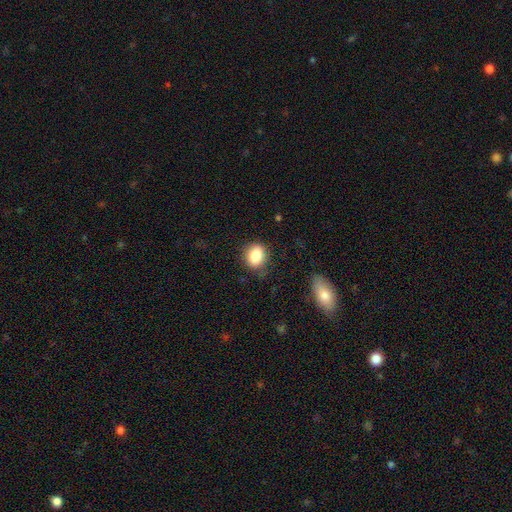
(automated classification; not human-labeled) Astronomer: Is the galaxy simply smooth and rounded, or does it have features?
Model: smooth — 86%.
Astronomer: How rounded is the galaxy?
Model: in between — 57% (runner-up: round, 42%).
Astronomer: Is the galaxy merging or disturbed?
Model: none — 75%.